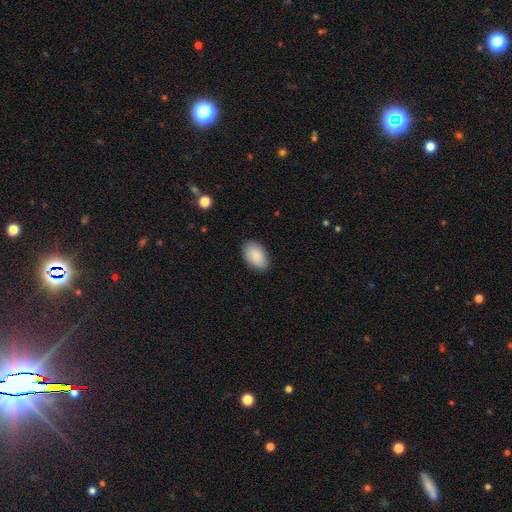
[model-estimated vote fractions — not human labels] A smooth galaxy with no disk features (88%) that is in between round and cigar-shaped (92%).

Vote fractions:
- Smooth or featured? smooth: 88% / featured or disk: 6% / star or artifact: 6%
- How rounded? in between: 92% / round: 6% / cigar-shaped: 1%
- Merging? none: 86% / minor disturbance: 11% / major disturbance: 2% / merger: 1%